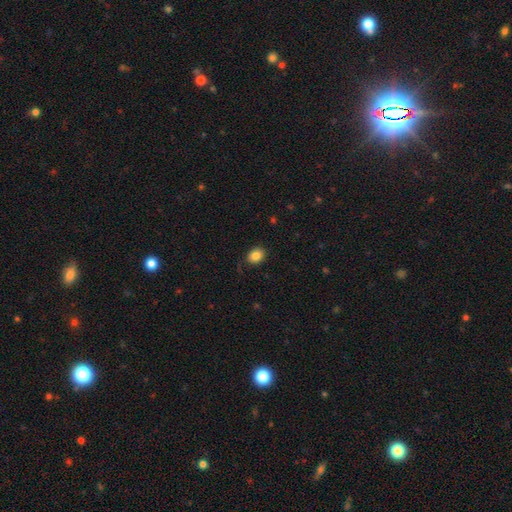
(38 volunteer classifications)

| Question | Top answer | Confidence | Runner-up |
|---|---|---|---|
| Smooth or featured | smooth | 89% | star or artifact (8%) |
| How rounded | in between | 53% | round (47%) |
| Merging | none | 94% | minor disturbance (6%) |